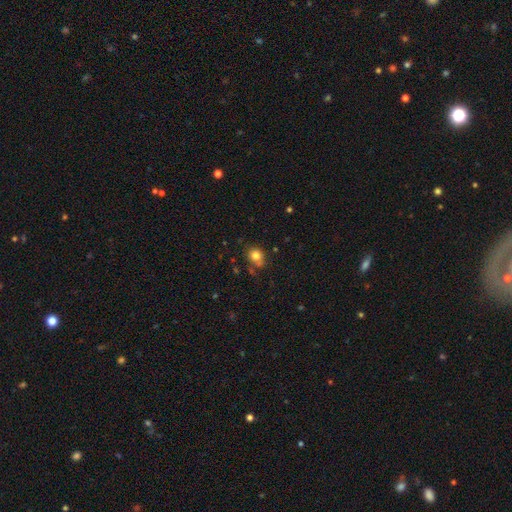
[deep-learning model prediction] Overall: smooth (81%). How rounded: round (67%; in between 32%). Merging: none (68%).